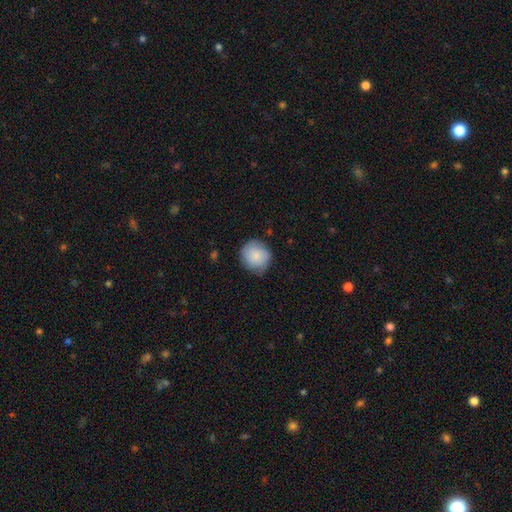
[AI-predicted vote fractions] Smooth or featured?
  - smooth: 85% *
  - featured or disk: 8%
  - star or artifact: 6%
How rounded?
  - round: 90% *
  - in between: 9%
  - cigar-shaped: 1%
Merging?
  - none: 76% *
  - minor disturbance: 20%
  - major disturbance: 4%
  - merger: 1%